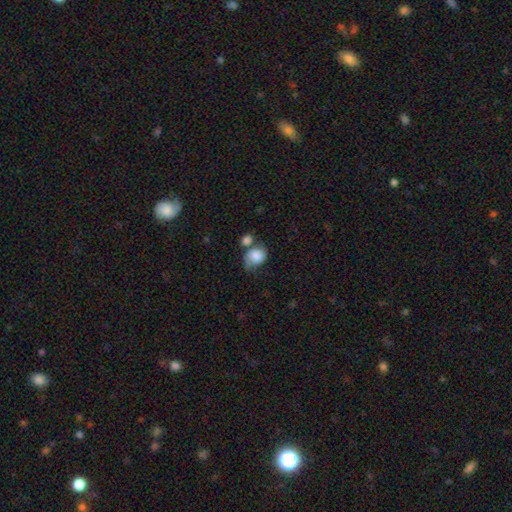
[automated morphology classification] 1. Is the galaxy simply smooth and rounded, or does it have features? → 71% smooth, 21% featured or disk, 8% star or artifact.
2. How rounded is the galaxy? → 50% in between, 49% round, 1% cigar-shaped.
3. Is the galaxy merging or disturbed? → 31% none (tied), 31% merger (tied), 24% minor disturbance, 15% major disturbance.